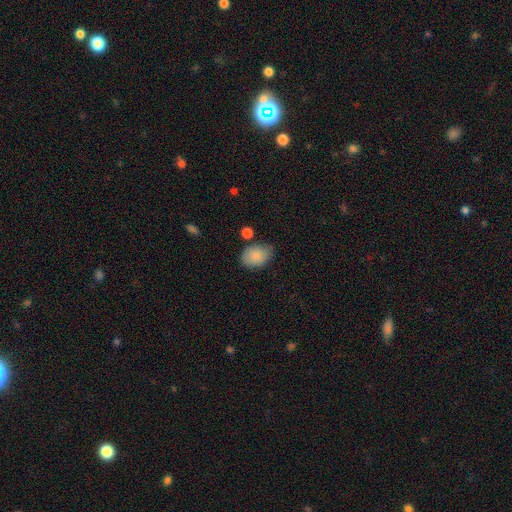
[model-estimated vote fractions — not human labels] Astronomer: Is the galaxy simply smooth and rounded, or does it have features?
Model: smooth — 86%.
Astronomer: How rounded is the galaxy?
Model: in between — 82%.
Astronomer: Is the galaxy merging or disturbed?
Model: none — 70%.